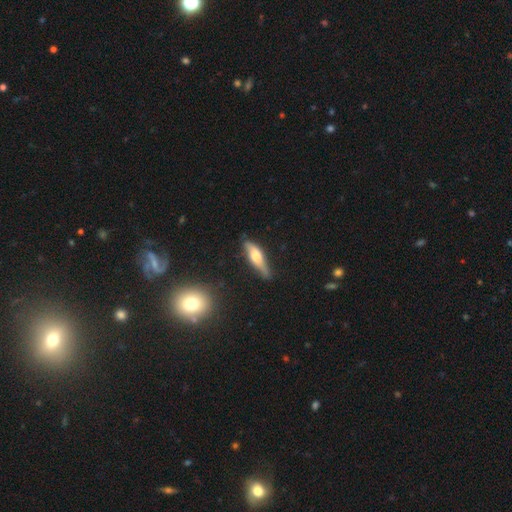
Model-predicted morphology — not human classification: The model was most divided on "smooth or featured": featured or disk: 50%, smooth: 44%, star or artifact: 6%. More confident: merging — none (74%).